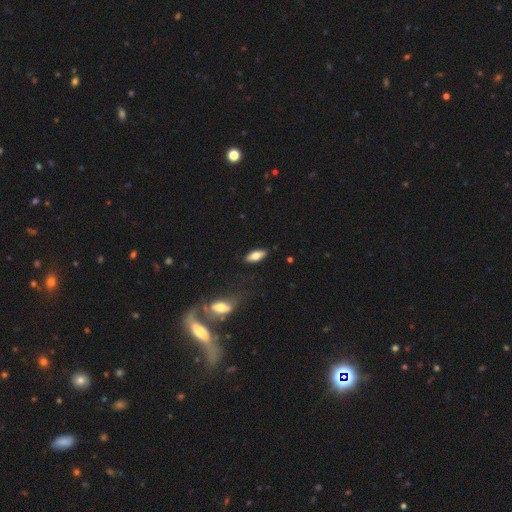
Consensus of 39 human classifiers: smooth_or_featured: smooth (p=0.72) [alt: featured or disk p=0.28]
how_rounded: in between (p=0.89) [alt: cigar-shaped p=0.07]
merging: none (p=0.82) [alt: merger p=0.10]